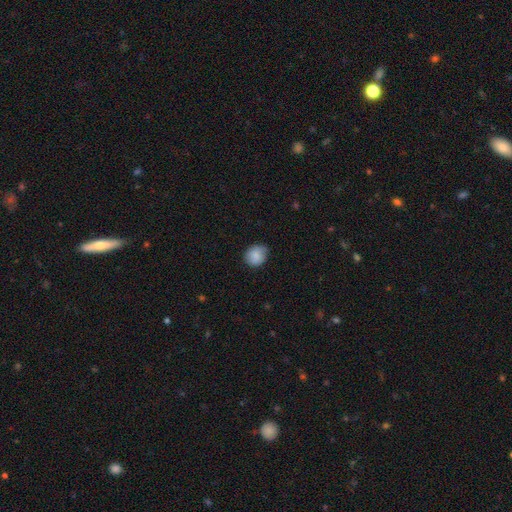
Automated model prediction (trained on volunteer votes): Q: Smooth or featured?
A: smooth (85%); runner-up: star or artifact (8%)
Q: How rounded?
A: round (71%); runner-up: in between (28%)
Q: Merging?
A: none (76%); runner-up: minor disturbance (20%)